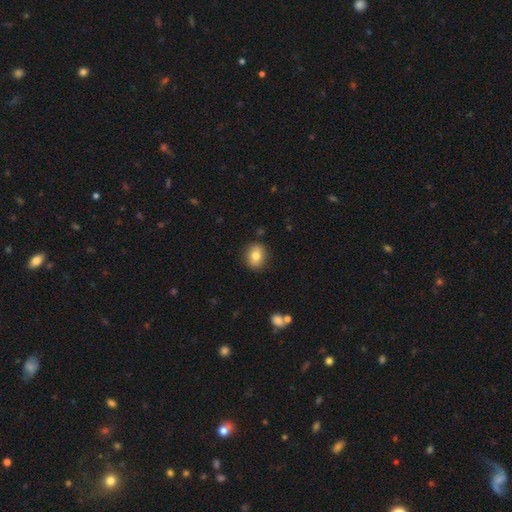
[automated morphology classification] This appears to be a smooth galaxy with no disk features (80%) that is round (60%). Merging: none (87%).